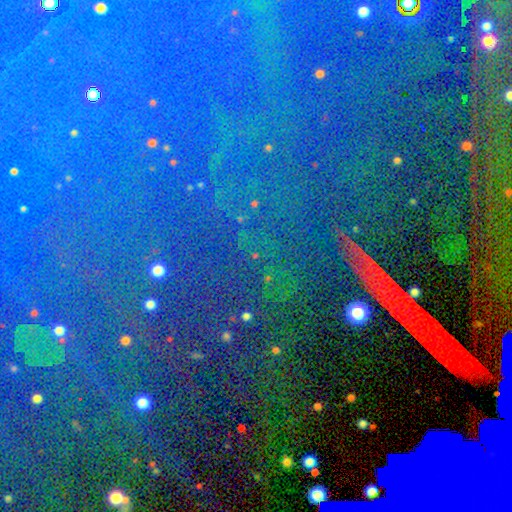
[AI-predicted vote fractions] smooth-or-featured: star or artifact: 78% | smooth: 13% | featured or disk: 9%